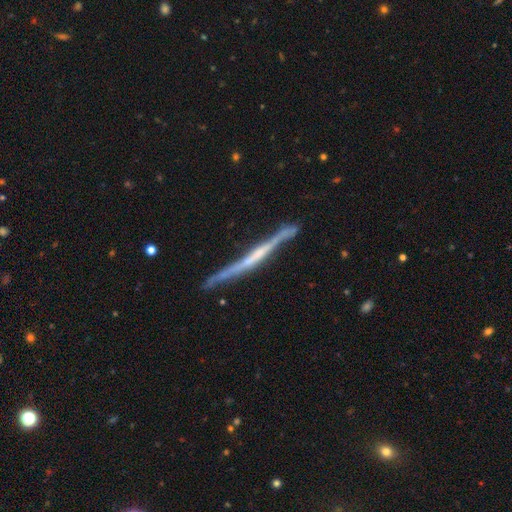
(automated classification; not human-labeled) Q: Smooth or featured?
A: featured or disk (77%); runner-up: smooth (18%)
Q: Edge-on disk?
A: yes (96%); runner-up: no (4%)
Q: Edge-on bulge?
A: none (57%); runner-up: rounded (27%)
Q: Merging?
A: none (76%); runner-up: minor disturbance (18%)